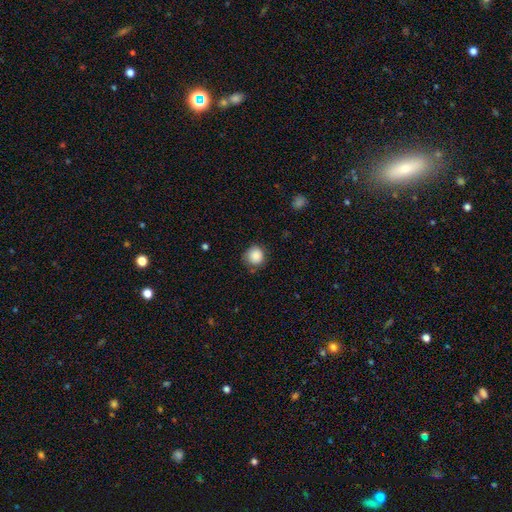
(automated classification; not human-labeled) Smooth or featured? Predicted: smooth (p=0.86). How rounded? Predicted: round (p=0.90). Merging? Predicted: none (p=0.75).